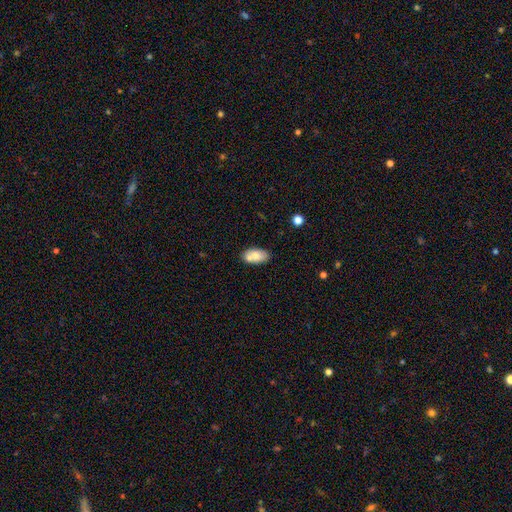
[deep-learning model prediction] A smooth galaxy with no disk features (75%) that is in between round and cigar-shaped (93%).

Vote fractions:
- Smooth or featured? smooth: 75% / featured or disk: 18% / star or artifact: 7%
- How rounded? in between: 93% / round: 4% / cigar-shaped: 3%
- Merging? none: 63% / merger: 20% / minor disturbance: 14% / major disturbance: 3%